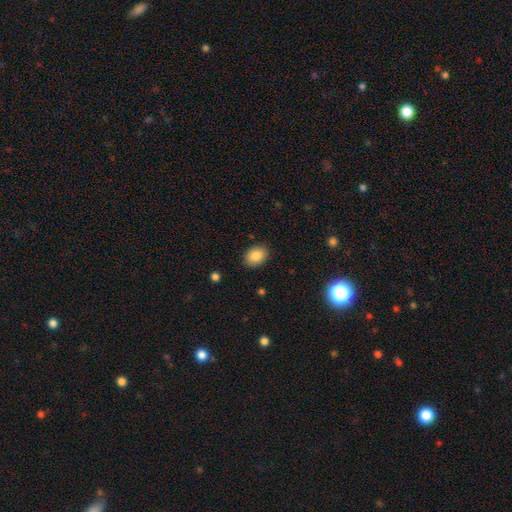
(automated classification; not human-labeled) Smooth or featured? smooth (86%)
How rounded? in between (73%)
Merging? none (87%)